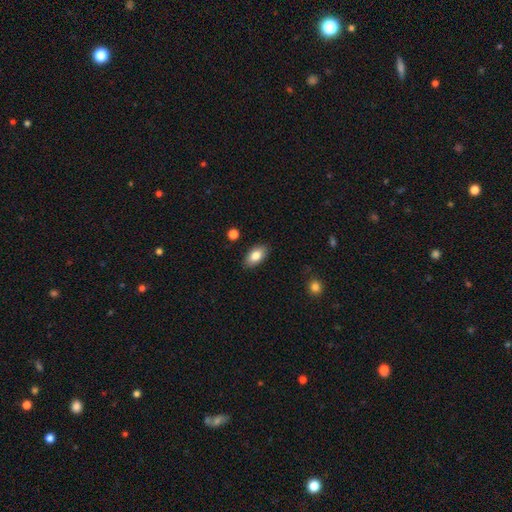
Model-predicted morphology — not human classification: Smooth or featured?
  - smooth: 82% *
  - featured or disk: 11%
  - star or artifact: 7%
How rounded?
  - in between: 92% *
  - round: 5%
  - cigar-shaped: 4%
Merging?
  - none: 87% *
  - minor disturbance: 9%
  - major disturbance: 2%
  - merger: 1%